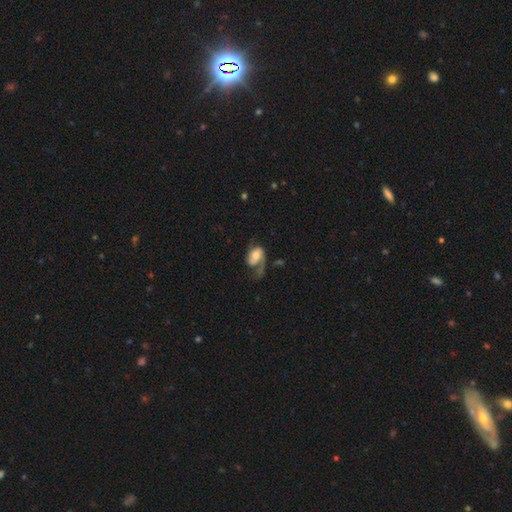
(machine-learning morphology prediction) Smooth or featured?
  - featured or disk: 68% *
  - smooth: 26%
  - star or artifact: 7%
Edge-on disk?
  - no: 97% *
  - yes: 3%
Bar?
  - no: 56% *
  - weak: 32%
  - strong: 12%
Spiral arms?
  - yes: 89% *
  - no: 11%
Spiral winding?
  - loose: 47% *
  - medium: 37%
  - tight: 16%
Spiral arm count?
  - 2: 49% *
  - 1: 44%
  - can't tell: 4%
  - 3: 1%
  - 4: 1%
  - more than 4: 1%
Bulge size?
  - moderate: 47% *
  - small: 24%
  - large: 20%
  - none: 5%
  - dominant: 4%
Merging?
  - major disturbance: 40% *
  - none: 36%
  - minor disturbance: 20%
  - merger: 4%